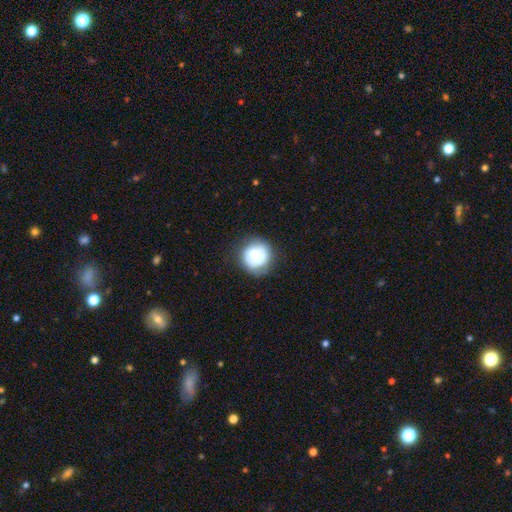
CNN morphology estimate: smooth_or_featured: smooth (p=0.62) [alt: featured or disk p=0.30]
how_rounded: round (p=0.88) [alt: in between p=0.11]
merging: none (p=0.68) [alt: minor disturbance p=0.22]